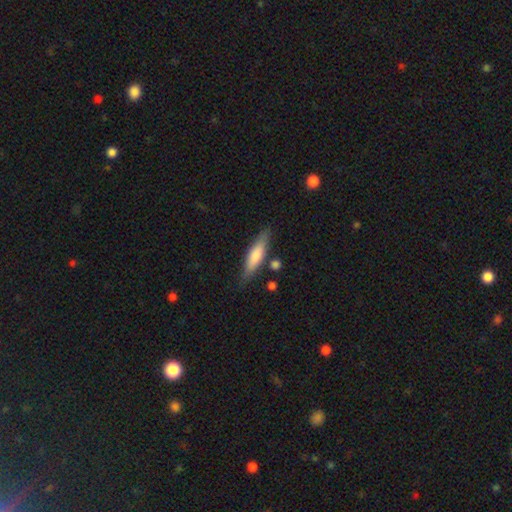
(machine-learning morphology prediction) smooth-or-featured: smooth: 69% | featured or disk: 25% | star or artifact: 6%
  how-rounded: cigar-shaped: 70% | in between: 28% | round: 2%
  merging: none: 78% | minor disturbance: 14% | merger: 5% | major disturbance: 3%